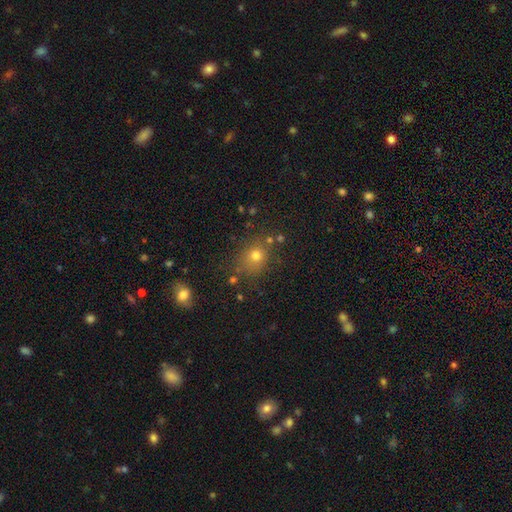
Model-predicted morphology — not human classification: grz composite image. It shows a smooth galaxy with no disk features (71%) that is round (72%). Merging: none (73%).